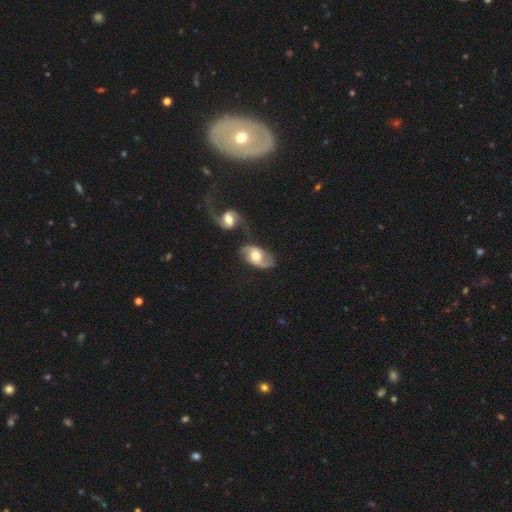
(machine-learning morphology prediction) Smooth or featured? Predicted: featured or disk (p=0.74). Edge-on disk? Predicted: no (p=0.95). Bar? Predicted: no (p=0.58). Spiral arms? Predicted: yes (p=0.92). Spiral winding? Predicted: medium (p=0.47). Spiral arm count? Predicted: 2 (p=0.88). Bulge size? Predicted: moderate (p=0.63). Merging? Predicted: none (p=0.48).